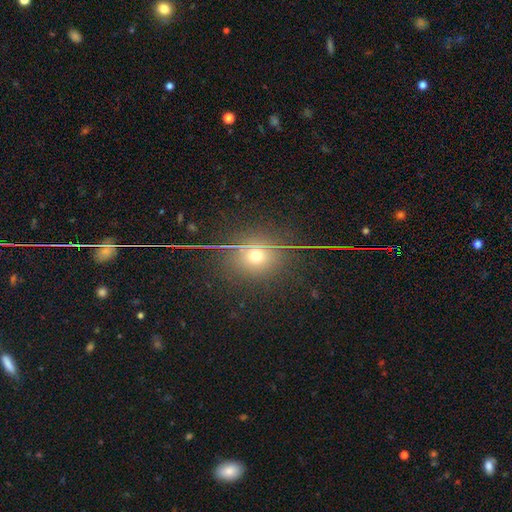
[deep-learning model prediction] The model was most divided on "smooth or featured": smooth: 55%, star or artifact: 33%, featured or disk: 12%. More confident: merging — none (85%); how rounded — round (74%).